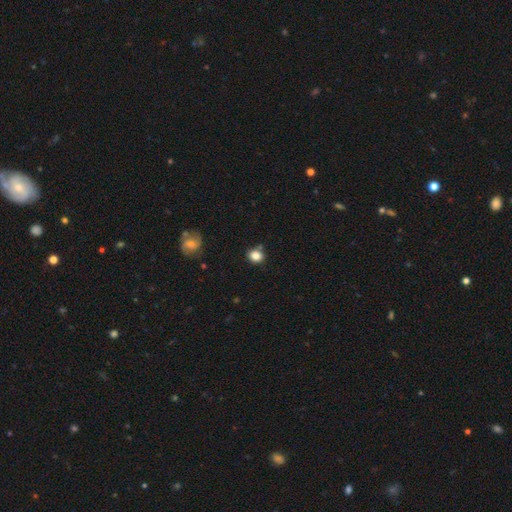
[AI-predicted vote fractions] Overall: smooth (83%). How rounded: round (74%). Merging: none (75%).